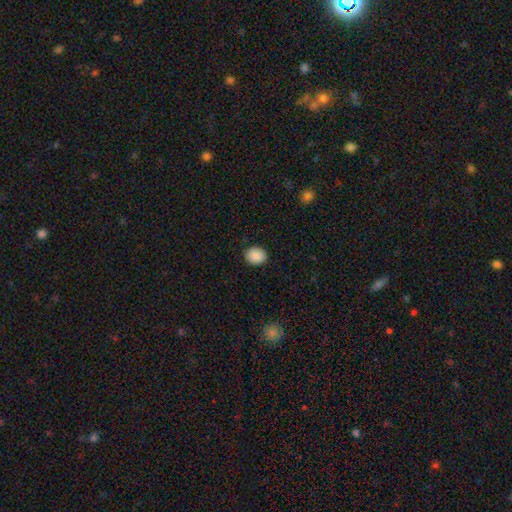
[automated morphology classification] A smooth galaxy with no disk features (89%) that is round (62%).

Vote fractions:
- Smooth or featured? smooth: 89% / star or artifact: 8% / featured or disk: 3%
- How rounded? round: 62% / in between: 37% / cigar-shaped: 1%
- Merging? none: 89% / minor disturbance: 8% / major disturbance: 2% / merger: 1%